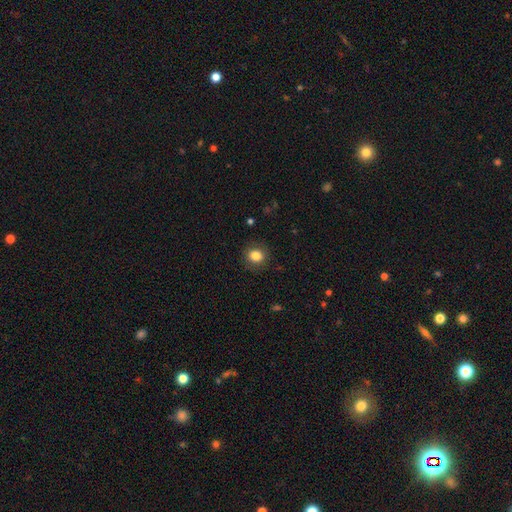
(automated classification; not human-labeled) This is clearly a smooth galaxy (84%). How rounded: likely round (76%). Merging: clearly none (87%).